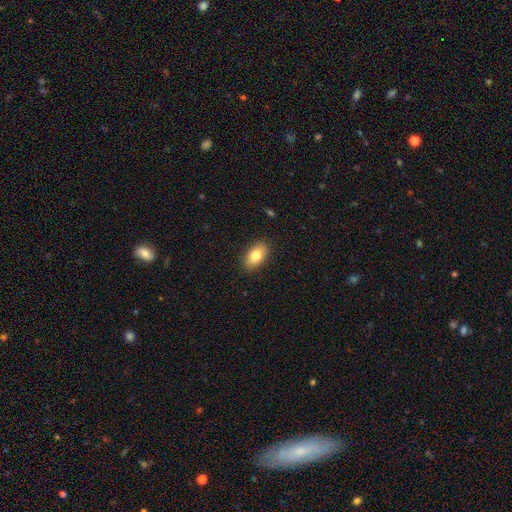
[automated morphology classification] Smooth or featured: smooth — 81% (featured or disk — 11%)
How rounded: in between — 91% (round — 7%)
Merging: none — 88% (minor disturbance — 9%)